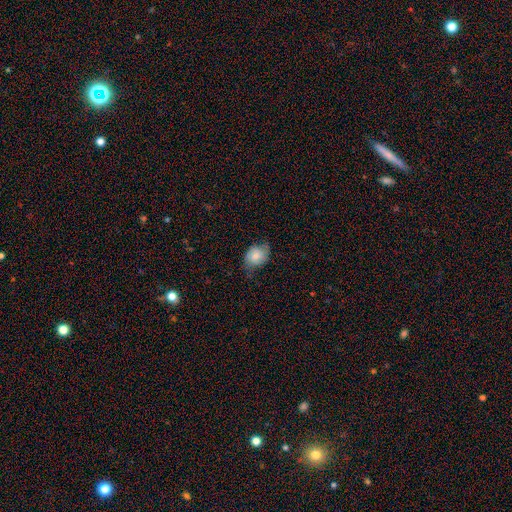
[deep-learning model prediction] Smooth or featured: smooth — 69% (featured or disk — 24%)
How rounded: in between — 60% (round — 39%)
Merging: none — 57% (minor disturbance — 32%)